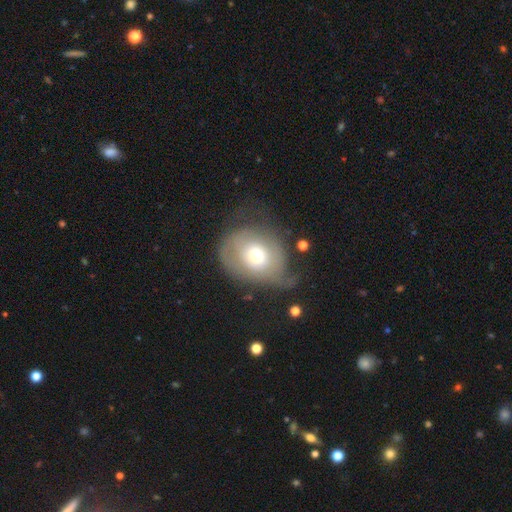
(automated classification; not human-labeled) A smooth galaxy with no disk features (48%).

Vote fractions:
- Smooth or featured? smooth: 48% / featured or disk: 44% / star or artifact: 8%
- Merging? none: 35% / major disturbance: 34% / minor disturbance: 28% / merger: 3%